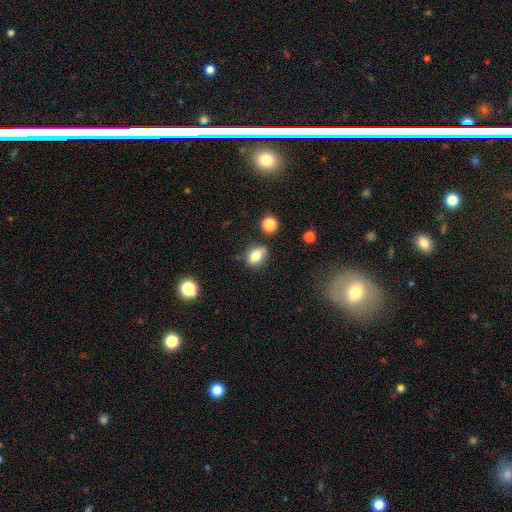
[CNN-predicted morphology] Smooth or featured? Predicted: smooth (p=0.76). How rounded? Predicted: in between (p=0.74). Merging? Predicted: none (p=0.65).